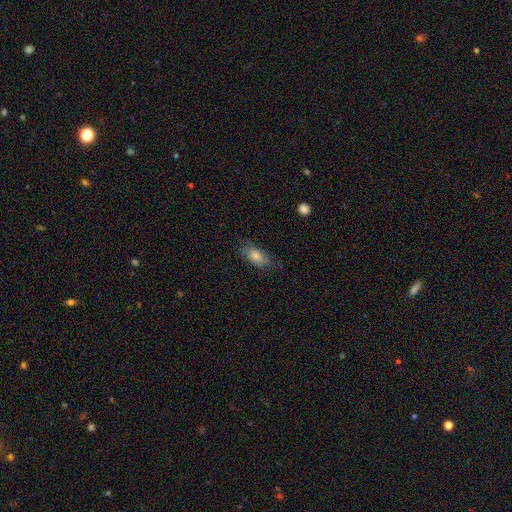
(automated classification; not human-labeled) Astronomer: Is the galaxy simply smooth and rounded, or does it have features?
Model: smooth — 74%.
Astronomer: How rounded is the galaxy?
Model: in between — 86%.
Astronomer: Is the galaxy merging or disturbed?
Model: none — 74%.